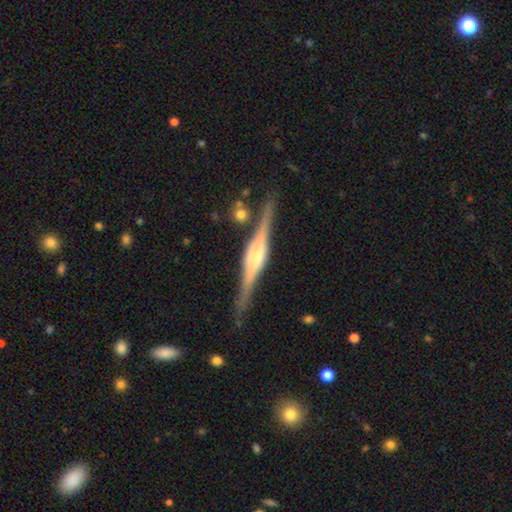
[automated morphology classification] The model was most divided on "edge-on bulge": rounded: 69%, boxy: 28%, none: 3%. More confident: edge-on disk — yes (98%); smooth or featured — featured or disk (86%); merging — none (86%).